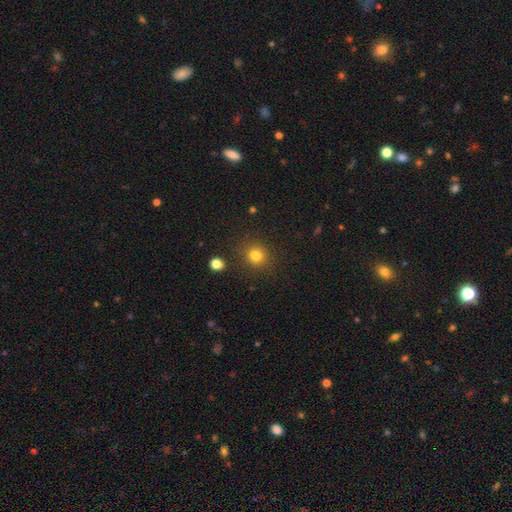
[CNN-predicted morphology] Overall: smooth (80%). How rounded: round (77%). Merging: none (79%).